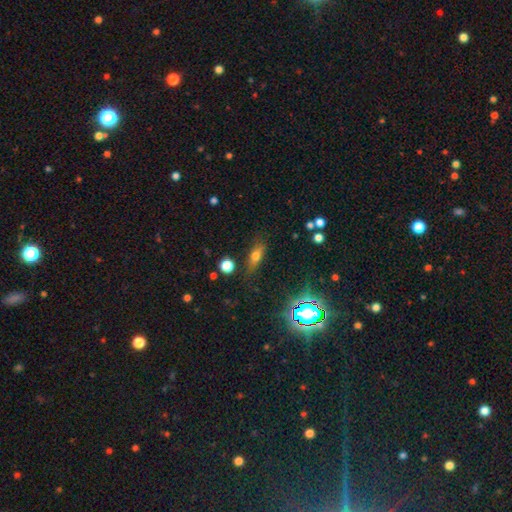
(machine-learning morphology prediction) This appears to be a smooth galaxy with no disk features (64%) that is in between round and cigar-shaped (60%). Merging: none (75%).